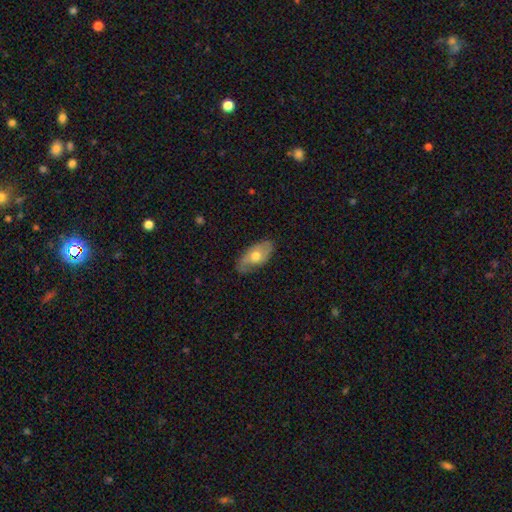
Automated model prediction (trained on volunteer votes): Q: Smooth or featured?
A: smooth (49%); runner-up: featured or disk (45%)
Q: Merging?
A: none (72%); runner-up: minor disturbance (22%)